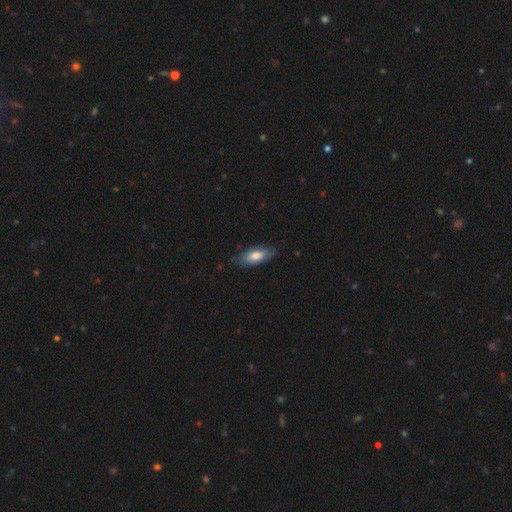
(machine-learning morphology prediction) Smooth or featured? Predicted: smooth (p=0.71). How rounded? Predicted: in between (p=0.73). Merging? Predicted: none (p=0.76).